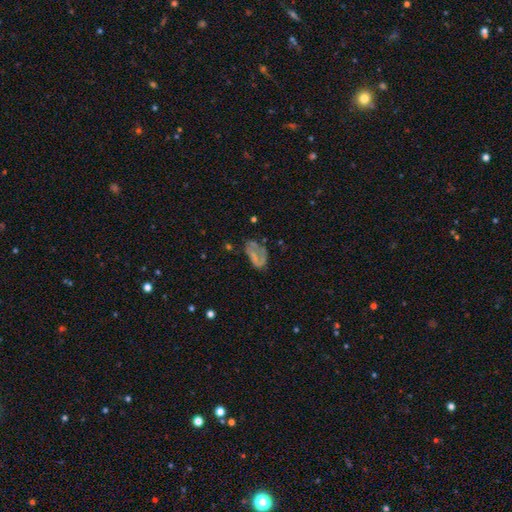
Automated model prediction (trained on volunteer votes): Morphology: type=featured or disk (44%); merging=none (37%).